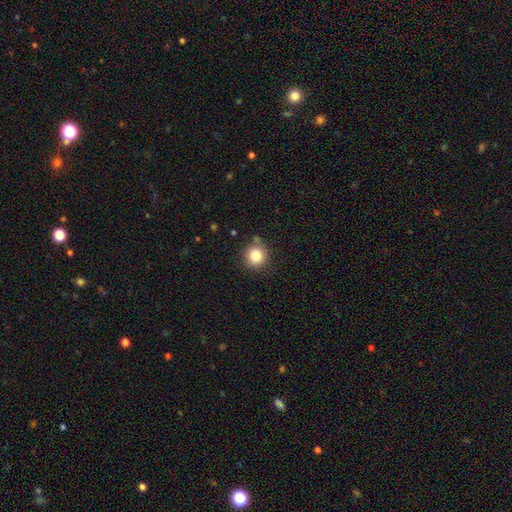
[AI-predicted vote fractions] Smooth or featured?
  - smooth: 82% *
  - star or artifact: 11%
  - featured or disk: 7%
How rounded?
  - round: 92% *
  - in between: 7%
  - cigar-shaped: 1%
Merging?
  - none: 83% *
  - minor disturbance: 10%
  - merger: 4%
  - major disturbance: 3%